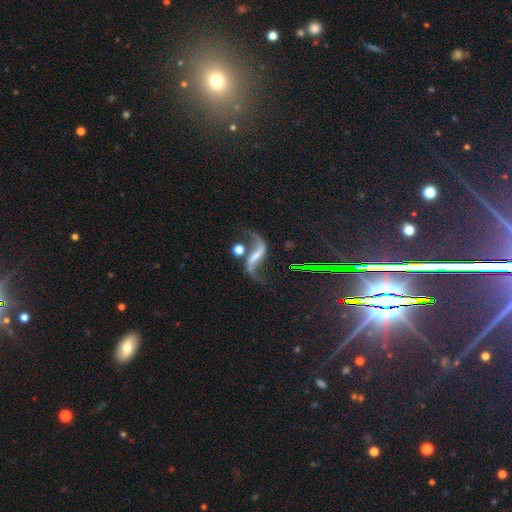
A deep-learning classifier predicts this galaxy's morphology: smooth-or-featured: featured or disk: 86% | star or artifact: 8% | smooth: 6%
  disk-edge-on: no: 96% | yes: 4%
    bar: strong: 44% | weak: 34% | no: 22%
    has-spiral-arms: yes: 96% | no: 4%
      spiral-winding: loose: 91% | medium: 7% | tight: 2%
      spiral-arm-count: 2: 93% | 1: 3% | can't tell: 1% | 3: 1% | 4: 1% | more than 4: 1%
    bulge-size: small: 38% | none: 34% | moderate: 21% | large: 5% | dominant: 2%
  merging: none: 65% | minor disturbance: 14% | major disturbance: 11% | merger: 10%